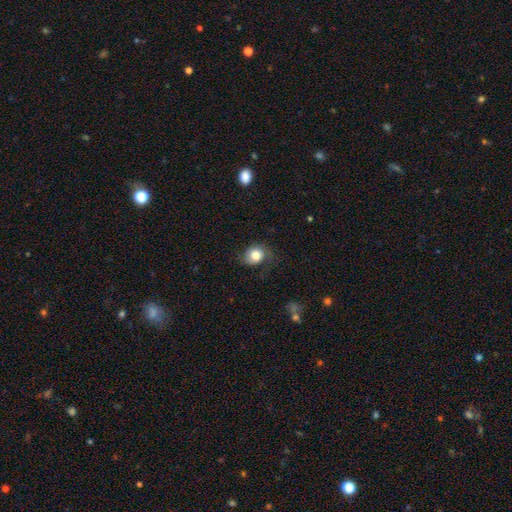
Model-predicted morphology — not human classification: A smooth galaxy with no disk features (76%) that is round (60%). Merging: none (61%).